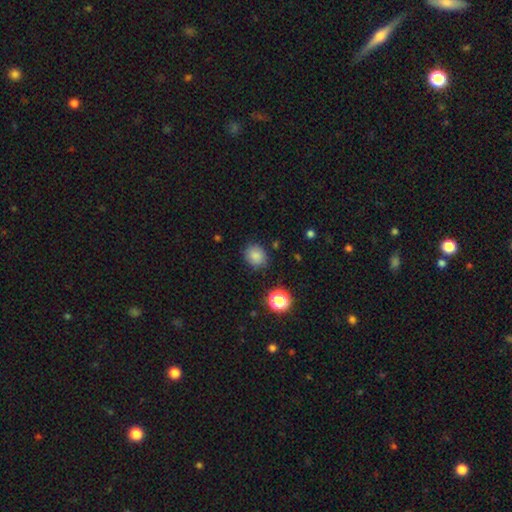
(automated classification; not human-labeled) This appears to be a smooth galaxy with no disk features (82%) that is round (67%). Merging: none (83%).